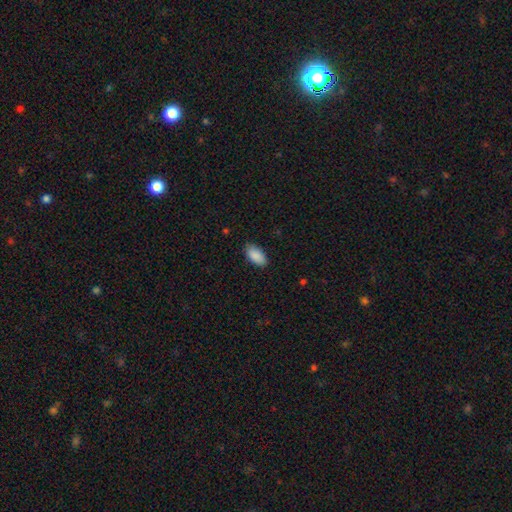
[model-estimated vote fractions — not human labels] This is clearly a smooth galaxy (90%). How rounded: clearly in between (94%). Merging: clearly none (84%).